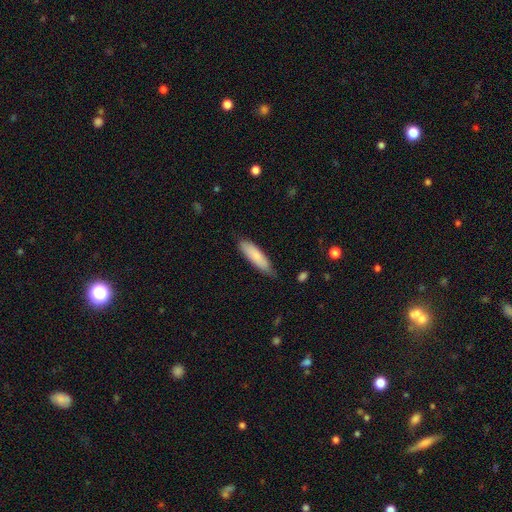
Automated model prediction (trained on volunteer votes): The model was most divided on "how rounded": cigar-shaped: 59%, in between: 39%, round: 2%. More confident: smooth or featured — smooth (77%); merging — none (73%).